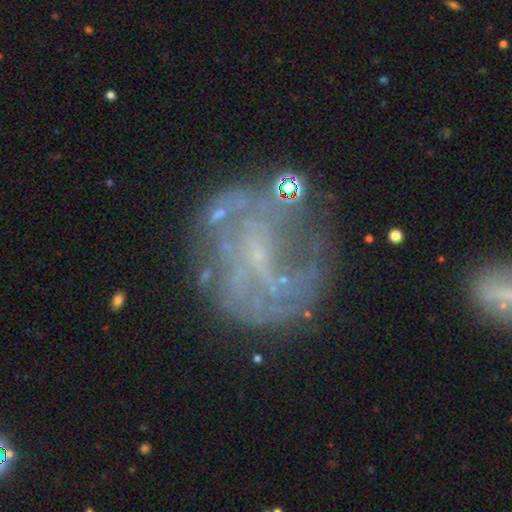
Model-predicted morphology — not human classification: This is likely a featured or disk galaxy (72%). It is clearly not viewed edge-on (97%). Bar: possibly no (48%). Spiral arm pattern: likely yes (63%). Central bulge: possibly small (55%). Merging: possibly none (58%).